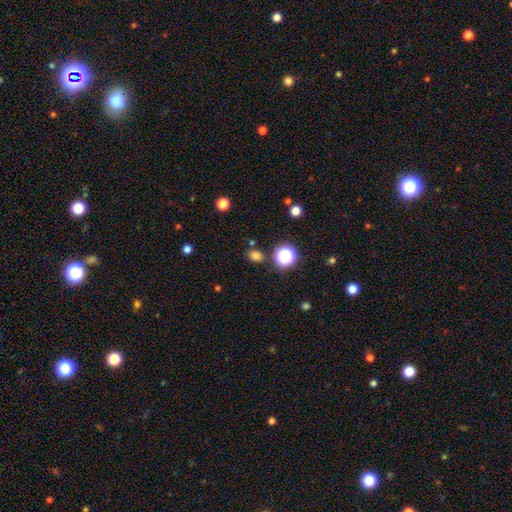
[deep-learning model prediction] Smooth or featured? Predicted: smooth (p=0.75). How rounded? Predicted: in between (p=0.50). Merging? Predicted: none (p=0.81).